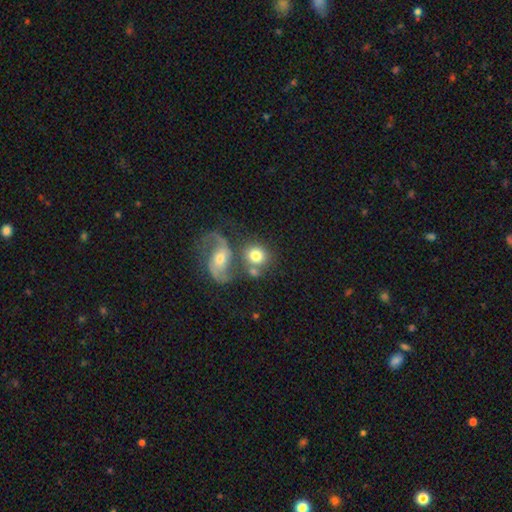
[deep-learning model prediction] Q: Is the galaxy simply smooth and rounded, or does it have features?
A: smooth — 65%.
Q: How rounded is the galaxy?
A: round — 75%.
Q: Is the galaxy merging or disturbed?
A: none — 45%.